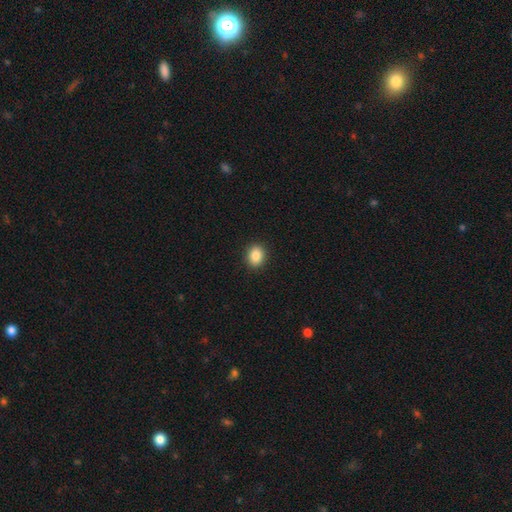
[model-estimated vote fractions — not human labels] This is clearly a smooth galaxy (86%). How rounded: likely round (62%). Merging: clearly none (92%).